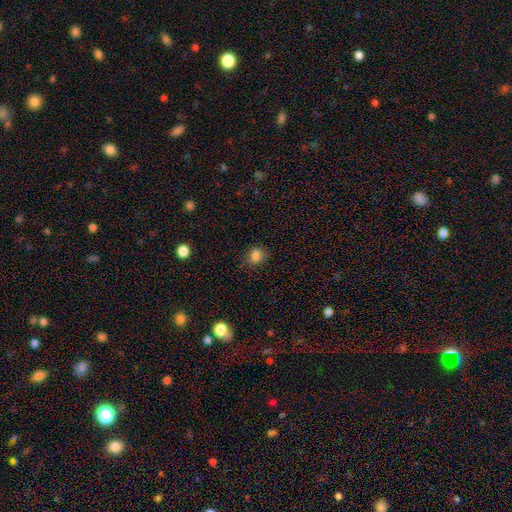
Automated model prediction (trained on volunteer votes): Overall: smooth (84%). How rounded: round (65%; in between 34%). Merging: none (80%).